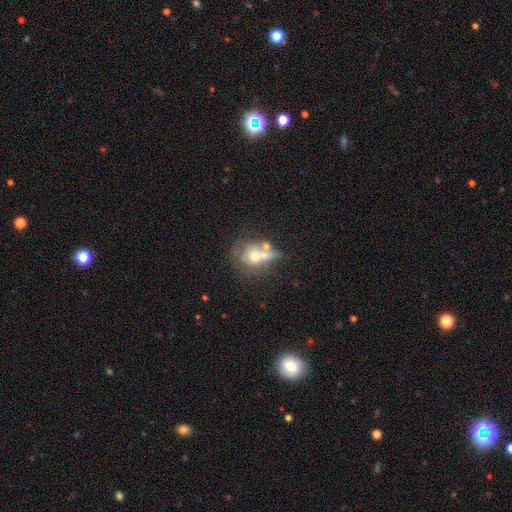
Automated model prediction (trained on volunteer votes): Smooth or featured: smooth — 52% (featured or disk — 36%)
How rounded: round — 64% (in between — 34%)
Merging: merger — 45% (none — 28%)